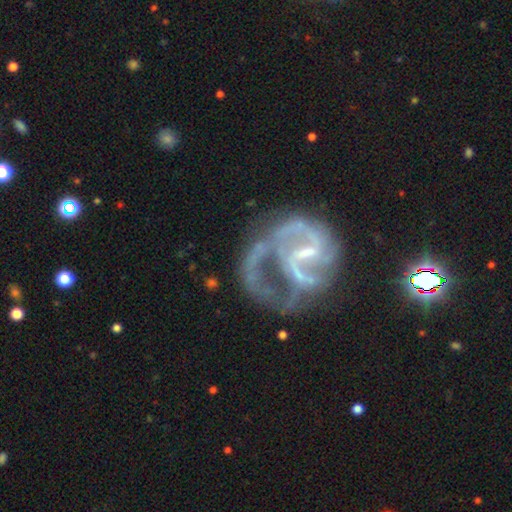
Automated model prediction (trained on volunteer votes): Overall: featured or disk (86%). Edge-on disk: no (98%). Bar: weak (53%; strong 24%). Spiral arms: yes (90%). Spiral arm count: 2 (53%; 1 16%). Spiral winding: medium (49%; loose 30%). Bulge size: small (59%; none 23%). Merging: major disturbance (45%; none 32%).